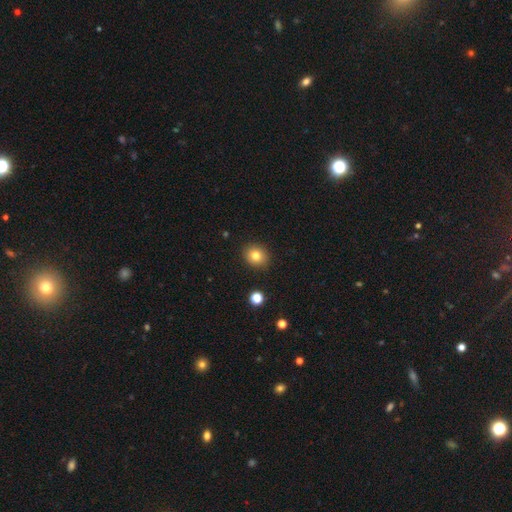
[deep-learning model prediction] Smooth or featured? smooth (80%)
How rounded? round (76%)
Merging? none (90%)